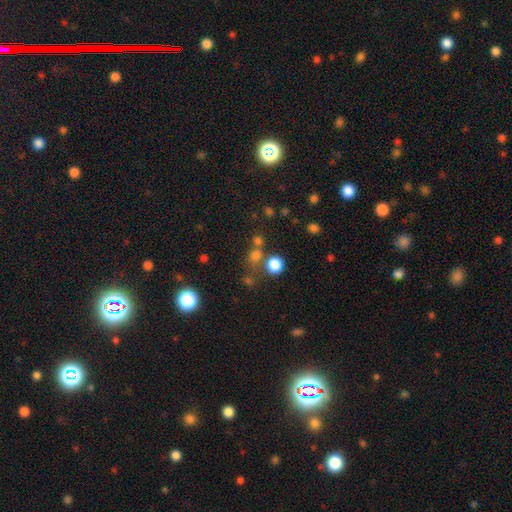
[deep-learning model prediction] Q: Smooth or featured?
A: smooth (71%); runner-up: star or artifact (22%)
Q: How rounded?
A: round (80%); runner-up: in between (18%)
Q: Merging?
A: none (62%); runner-up: merger (23%)